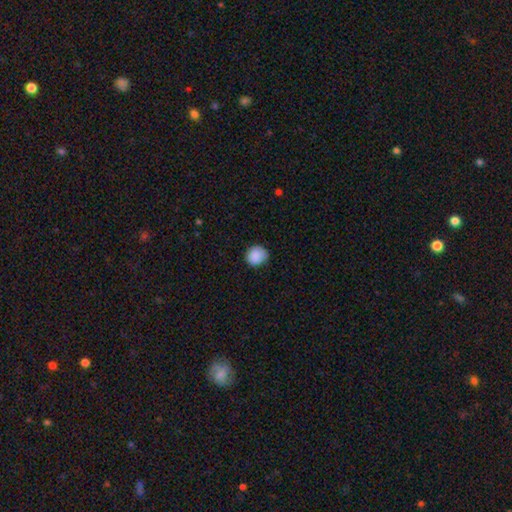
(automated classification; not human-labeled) smooth-or-featured: smooth: 88% | star or artifact: 8% | featured or disk: 4%
  how-rounded: round: 87% | in between: 13% | cigar-shaped: 1%
  merging: none: 80% | minor disturbance: 16% | major disturbance: 3% | merger: 1%